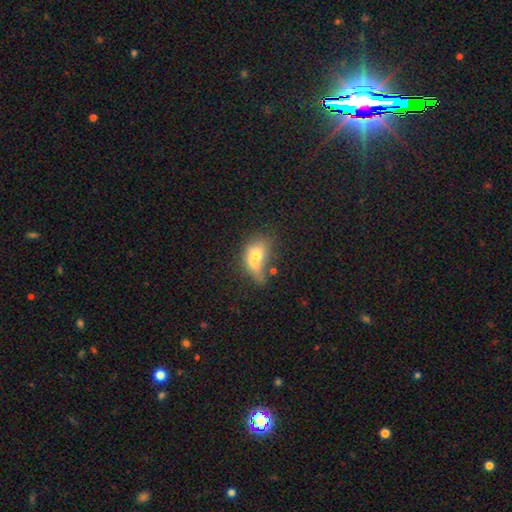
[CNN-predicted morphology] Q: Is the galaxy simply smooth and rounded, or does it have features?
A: smooth — 62%.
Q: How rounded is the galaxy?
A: in between — 75%.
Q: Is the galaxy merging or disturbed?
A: merger — 35%.